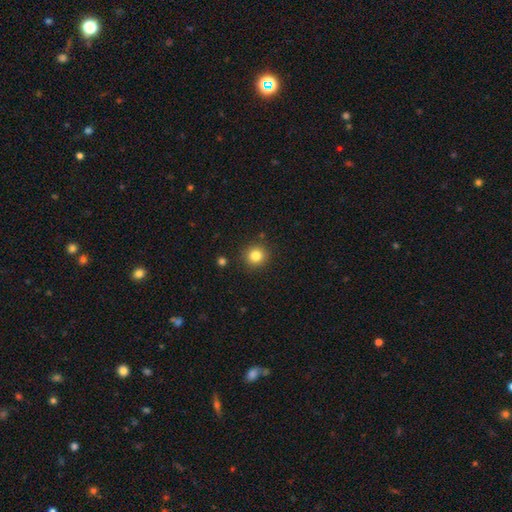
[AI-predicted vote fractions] smooth-or-featured: smooth: 82% | star or artifact: 12% | featured or disk: 6%
  how-rounded: round: 93% | in between: 6% | cigar-shaped: 1%
  merging: none: 89% | minor disturbance: 7% | major disturbance: 2% | merger: 2%